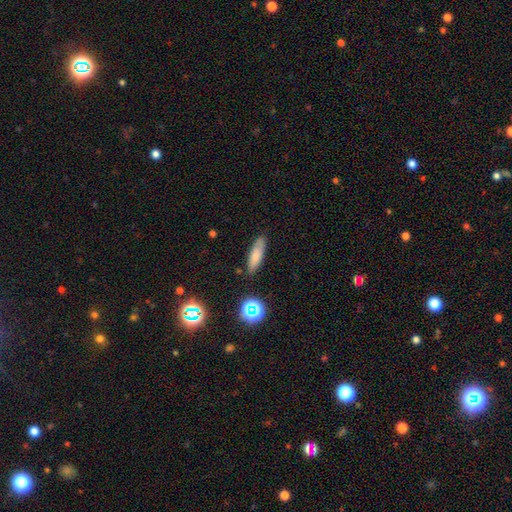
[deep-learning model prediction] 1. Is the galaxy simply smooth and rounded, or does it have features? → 74% smooth, 15% featured or disk, 11% star or artifact.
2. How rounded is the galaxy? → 59% cigar-shaped, 39% in between, 3% round.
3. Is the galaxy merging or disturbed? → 80% none, 14% minor disturbance, 3% major disturbance, 3% merger.